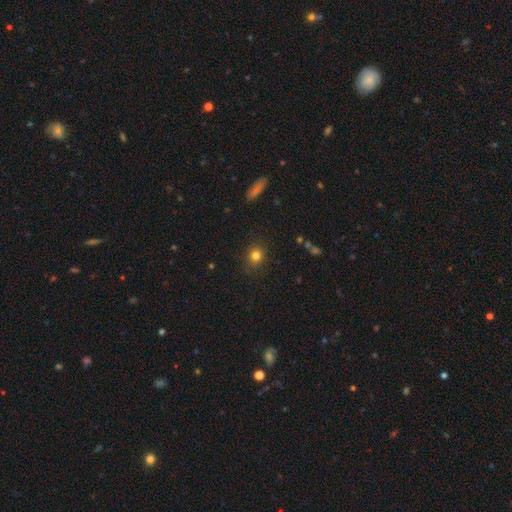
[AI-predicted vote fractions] The model was most divided on "how rounded": round: 79%, in between: 20%, cigar-shaped: 1%. More confident: merging — none (87%); smooth or featured — smooth (80%).